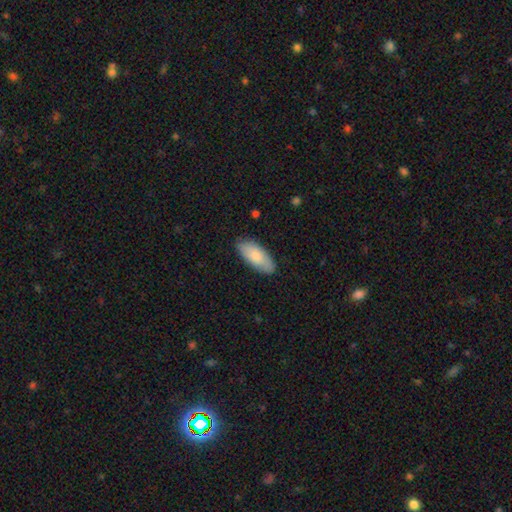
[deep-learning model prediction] A smooth galaxy with no disk features (80%) that is in between round and cigar-shaped (86%). Merging: none (84%).